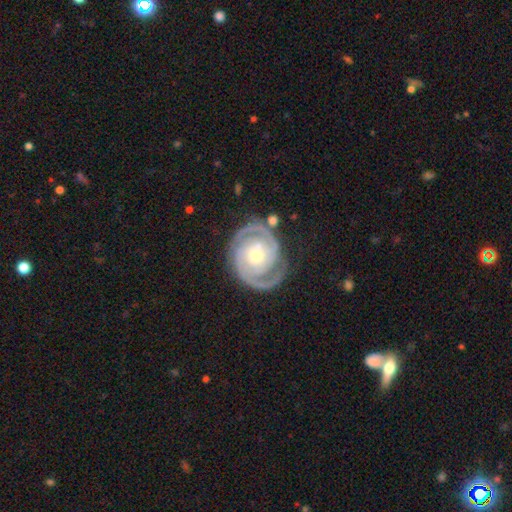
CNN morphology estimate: A featured or disk galaxy (92%) with no bar (69%), 2 (86%) tight (71%) spiral arms (98%) and a moderate central bulge (62%). Merging: none (78%).